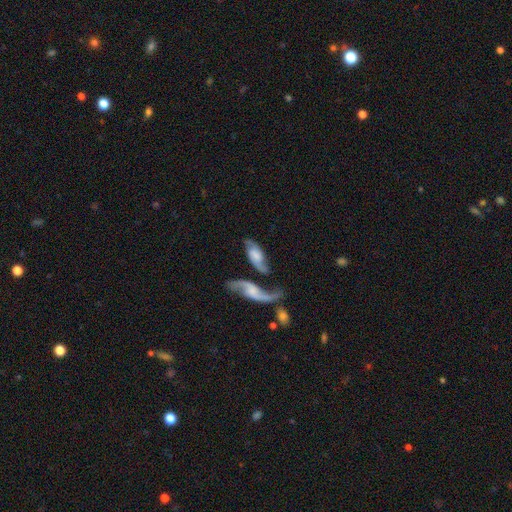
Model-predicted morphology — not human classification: A featured or disk galaxy (69%) with no bar (57%), 2 (85%) loose (57%) spiral arms (90%) and a small central bulge (29%). Merging: none (40%).